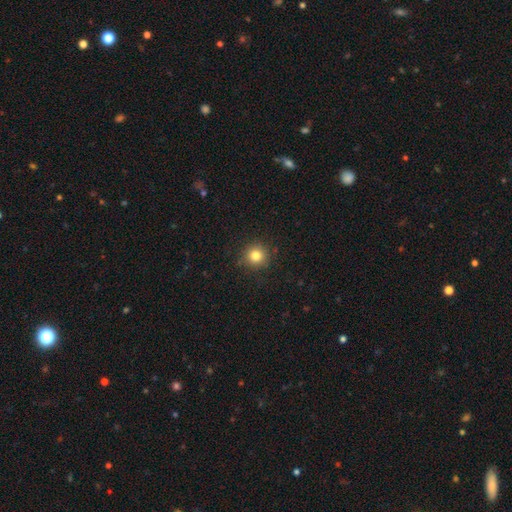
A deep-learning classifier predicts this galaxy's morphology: Smooth or featured?
  - smooth: 81% *
  - star or artifact: 13%
  - featured or disk: 6%
How rounded?
  - round: 93% *
  - in between: 6%
  - cigar-shaped: 1%
Merging?
  - none: 88% *
  - minor disturbance: 8%
  - major disturbance: 2%
  - merger: 1%